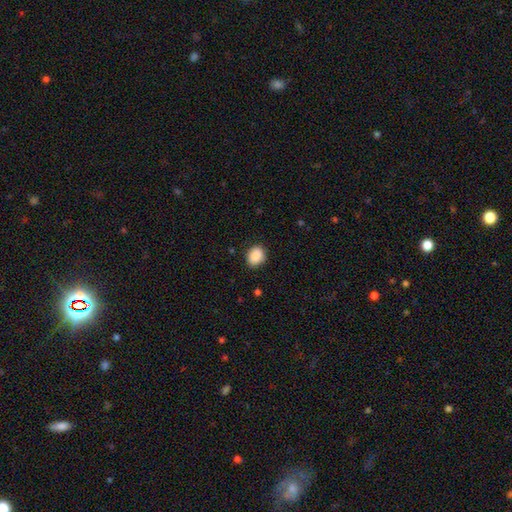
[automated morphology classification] smooth 89%, star or artifact 8%, featured or disk 3%. Down the decision tree: how rounded — in between (50%); merging — none (85%).